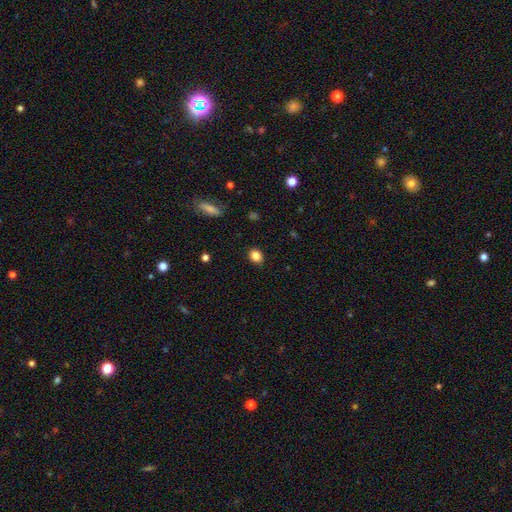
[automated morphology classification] Overall: smooth (84%). How rounded: round (53%; in between 46%). Merging: none (86%).